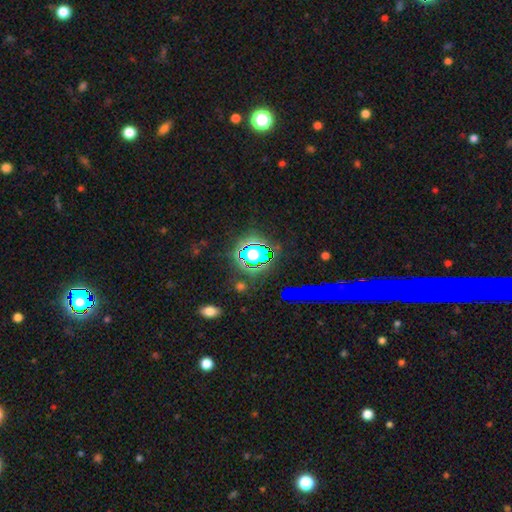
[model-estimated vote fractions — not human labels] A star or artifact, not a galaxy (70%).

Vote fractions:
- Smooth or featured? star or artifact: 70% / smooth: 15% / featured or disk: 15%